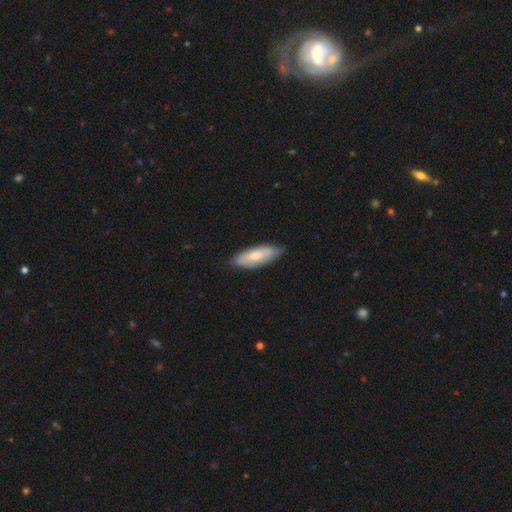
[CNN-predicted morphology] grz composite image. It shows a smooth galaxy with no disk features (68%) that is in between round and cigar-shaped (67%). Merging: none (78%).